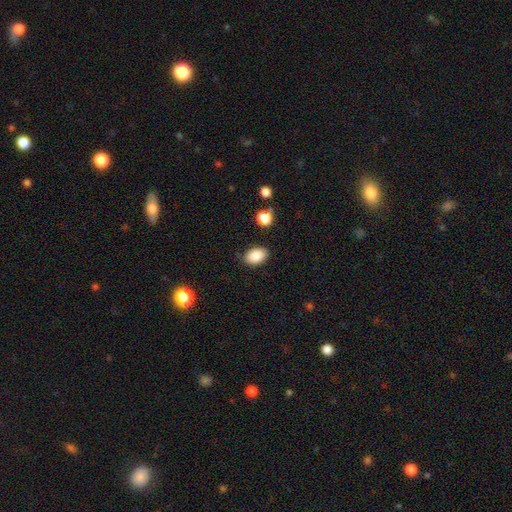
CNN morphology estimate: Smooth or featured? Predicted: smooth (p=0.87). How rounded? Predicted: in between (p=0.86). Merging? Predicted: none (p=0.83).